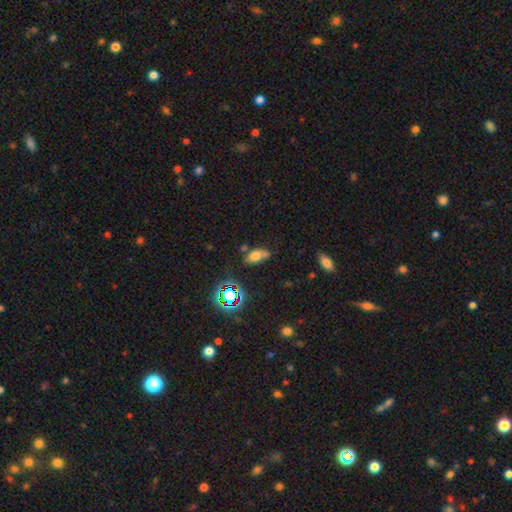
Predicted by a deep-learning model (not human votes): Overall: smooth (63%). How rounded: in between (86%). Merging: none (53%; minor disturbance 28%).